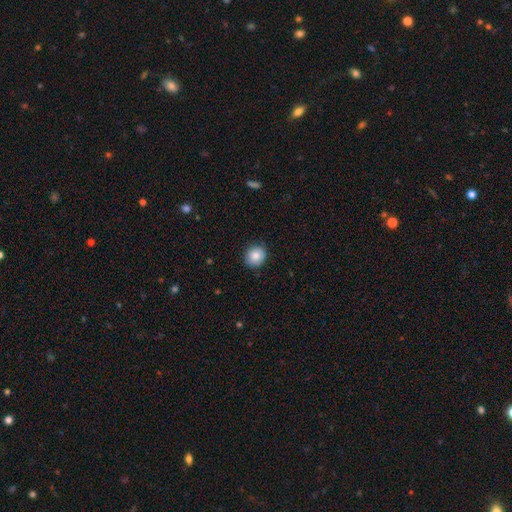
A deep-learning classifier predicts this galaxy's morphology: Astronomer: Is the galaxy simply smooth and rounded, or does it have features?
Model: smooth — 84%.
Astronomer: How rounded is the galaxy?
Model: round — 83%.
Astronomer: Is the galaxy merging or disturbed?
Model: none — 87%.